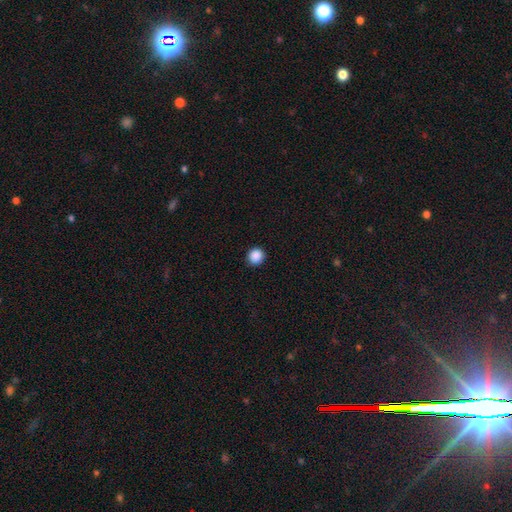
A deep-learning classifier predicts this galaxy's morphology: smooth-or-featured: smooth: 89% | star or artifact: 9% | featured or disk: 2%
  how-rounded: round: 90% | in between: 9% | cigar-shaped: 1%
  merging: none: 91% | minor disturbance: 6% | major disturbance: 2% | merger: 1%